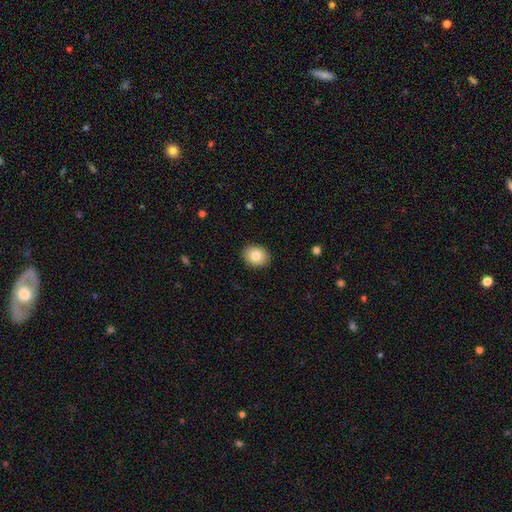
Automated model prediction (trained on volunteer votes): smooth 80%, featured or disk 11%, star or artifact 9%. Down the decision tree: how rounded — round (59%); merging — none (90%).